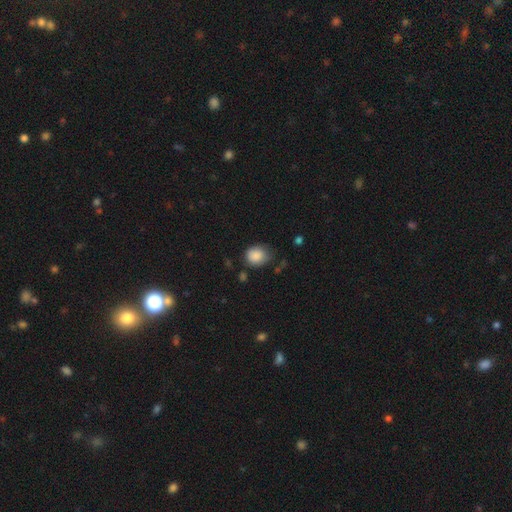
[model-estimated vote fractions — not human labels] A smooth galaxy with no disk features (86%) that is round (56%).

Vote fractions:
- Smooth or featured? smooth: 86% / star or artifact: 8% / featured or disk: 6%
- How rounded? round: 56% / in between: 43% / cigar-shaped: 1%
- Merging? none: 61% / minor disturbance: 29% / major disturbance: 7% / merger: 3%